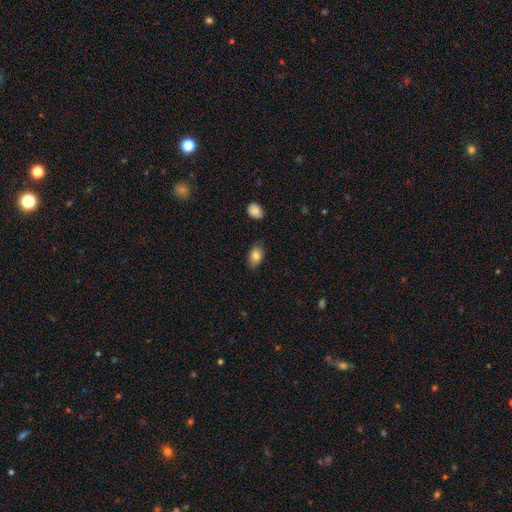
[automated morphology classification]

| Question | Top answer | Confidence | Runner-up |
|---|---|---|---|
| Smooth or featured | smooth | 79% | featured or disk (13%) |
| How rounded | in between | 86% | round (13%) |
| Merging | none | 76% | minor disturbance (19%) |